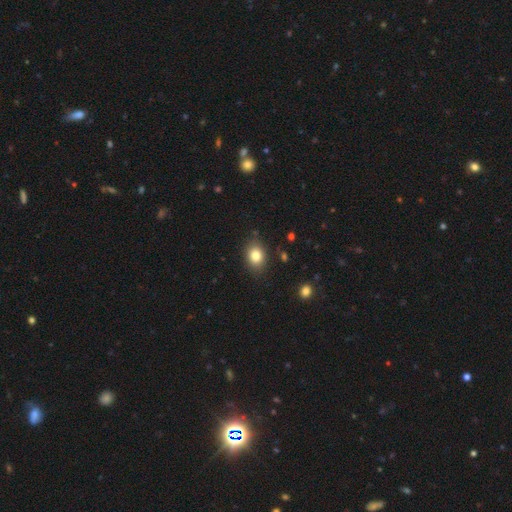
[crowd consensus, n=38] A smooth galaxy with no disk features (87%) that is in between round and cigar-shaped (82%).

Vote fractions:
- Smooth or featured? smooth: 87% / featured or disk: 11% / star or artifact: 3%
- How rounded? in between: 82% / round: 18% / cigar-shaped: 0%
- Merging? none: 84% / minor disturbance: 14% / major disturbance: 3% / merger: 0%